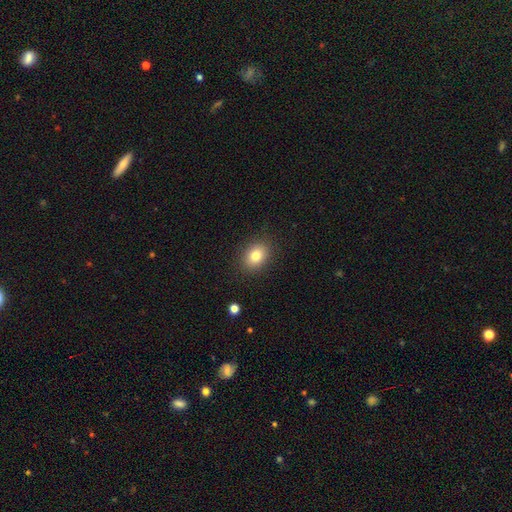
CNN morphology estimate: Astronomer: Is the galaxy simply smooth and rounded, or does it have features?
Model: smooth — 79%.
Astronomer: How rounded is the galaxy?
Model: in between — 62% (runner-up: round, 37%).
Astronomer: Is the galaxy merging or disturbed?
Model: none — 87%.